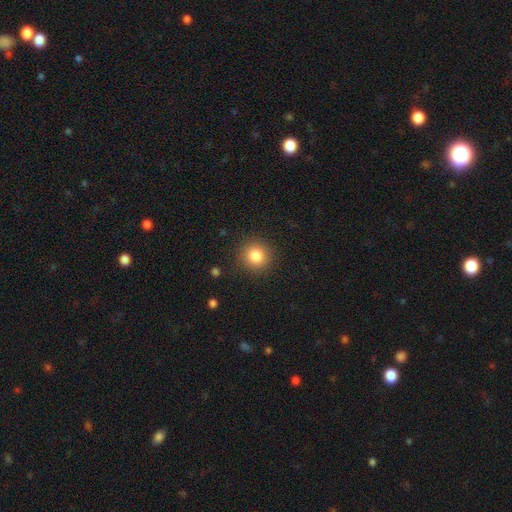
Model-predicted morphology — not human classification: Overall: smooth (84%). How rounded: round (93%). Merging: none (89%).